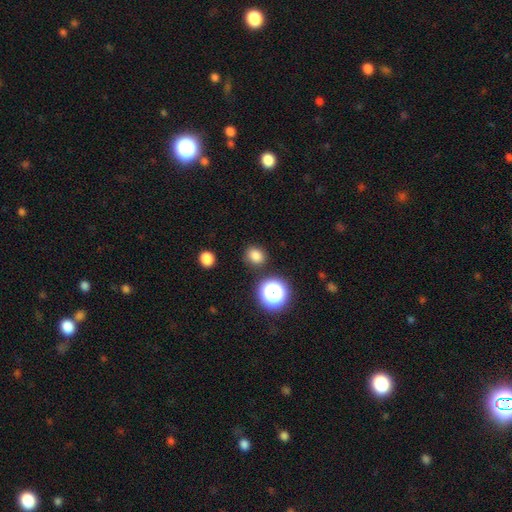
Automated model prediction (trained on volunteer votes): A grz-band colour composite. It shows a smooth galaxy with no disk features (80%) that is round (70%). Merging: none (84%).